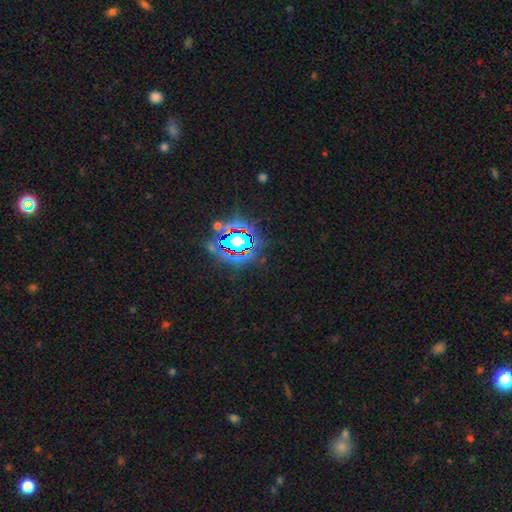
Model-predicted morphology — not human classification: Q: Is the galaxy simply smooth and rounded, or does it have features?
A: star or artifact — 81%.